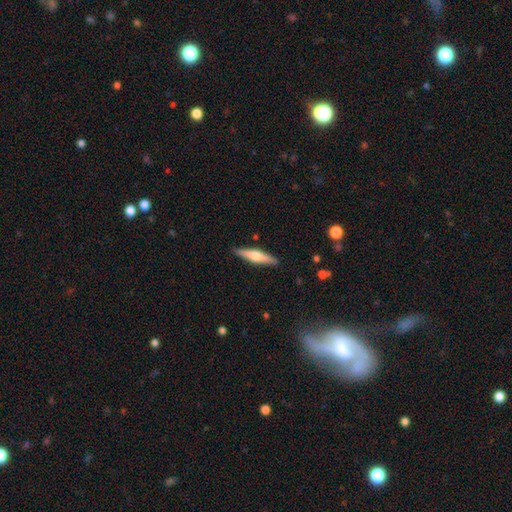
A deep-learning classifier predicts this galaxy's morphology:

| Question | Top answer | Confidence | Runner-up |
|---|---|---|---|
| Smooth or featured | featured or disk | 51% | smooth (43%) |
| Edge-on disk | yes | 95% | no (5%) |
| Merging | none | 89% | minor disturbance (8%) |